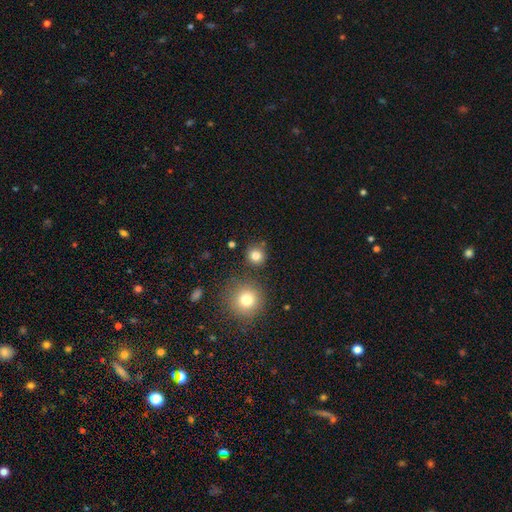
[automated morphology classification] smooth 79%, star or artifact 14%, featured or disk 6%. Down the decision tree: how rounded — round (93%); merging — none (84%).